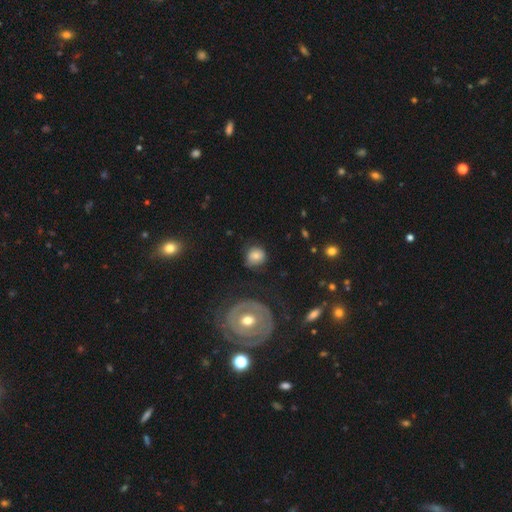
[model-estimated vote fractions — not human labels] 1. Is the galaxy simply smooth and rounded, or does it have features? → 71% smooth, 19% featured or disk, 10% star or artifact.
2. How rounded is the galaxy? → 77% round, 22% in between, 1% cigar-shaped.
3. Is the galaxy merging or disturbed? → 70% none, 20% minor disturbance, 8% major disturbance, 3% merger.